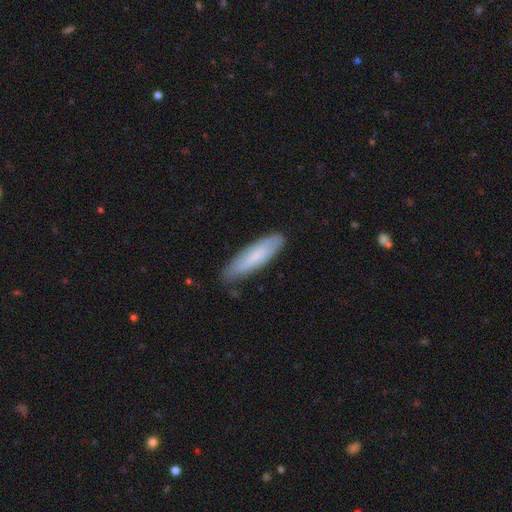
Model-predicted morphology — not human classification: smooth 68%, featured or disk 25%, star or artifact 6%. Down the decision tree: how rounded — cigar-shaped (69%); merging — none (81%).